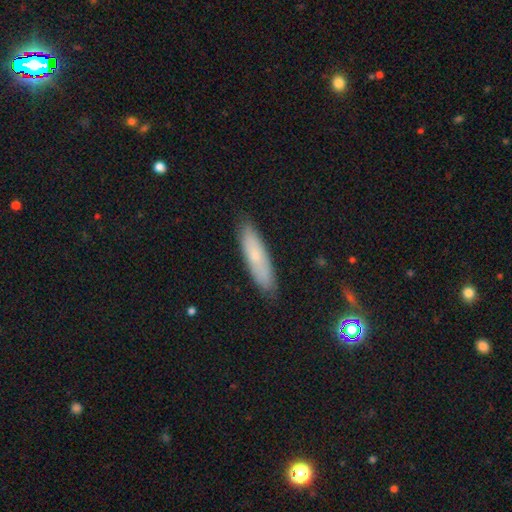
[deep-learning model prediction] smooth 70%, featured or disk 22%, star or artifact 8%. Down the decision tree: how rounded — cigar-shaped (74%); merging — none (86%).